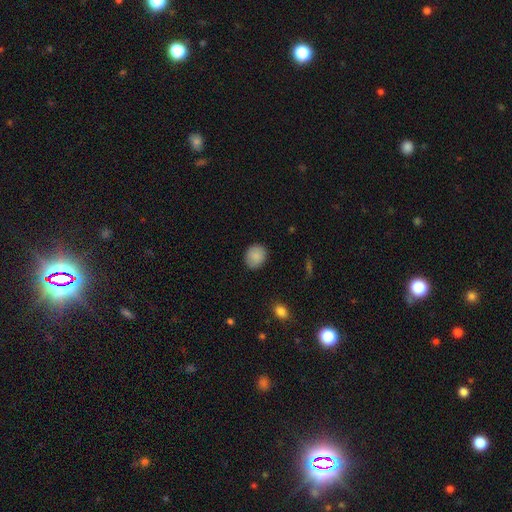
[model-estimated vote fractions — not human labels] Q: Smooth or featured?
A: smooth (89%); runner-up: star or artifact (7%)
Q: How rounded?
A: round (72%); runner-up: in between (27%)
Q: Merging?
A: none (87%); runner-up: minor disturbance (10%)